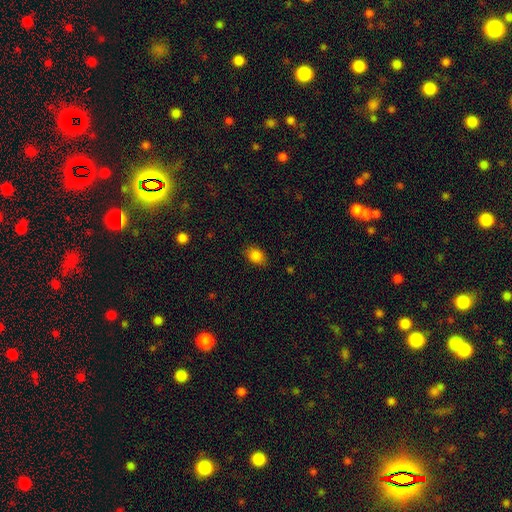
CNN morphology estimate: smooth_or_featured: smooth (p=0.85) [alt: star or artifact p=0.10]
how_rounded: in between (p=0.81) [alt: round p=0.18]
merging: none (p=0.82) [alt: minor disturbance p=0.14]